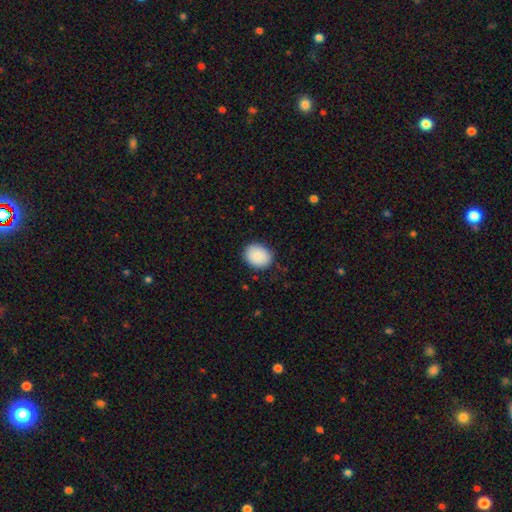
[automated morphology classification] smooth-or-featured: smooth: 89% | star or artifact: 7% | featured or disk: 4%
  how-rounded: round: 50% | in between: 49% | cigar-shaped: 1%
  merging: none: 85% | minor disturbance: 11% | major disturbance: 2% | merger: 1%